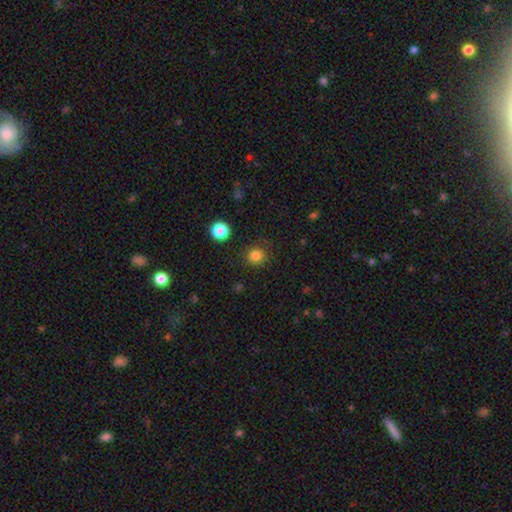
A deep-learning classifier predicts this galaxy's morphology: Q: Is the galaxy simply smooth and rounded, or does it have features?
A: smooth — 83%.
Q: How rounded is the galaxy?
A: round — 90%.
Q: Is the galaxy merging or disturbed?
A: none — 87%.